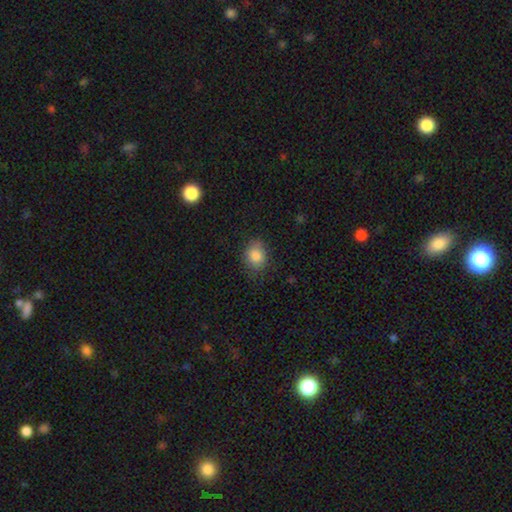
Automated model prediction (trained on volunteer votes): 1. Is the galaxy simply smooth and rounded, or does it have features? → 85% smooth, 9% star or artifact, 6% featured or disk.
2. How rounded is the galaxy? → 51% in between, 48% round, 1% cigar-shaped.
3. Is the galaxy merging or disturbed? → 78% none, 17% minor disturbance, 4% major disturbance, 1% merger.